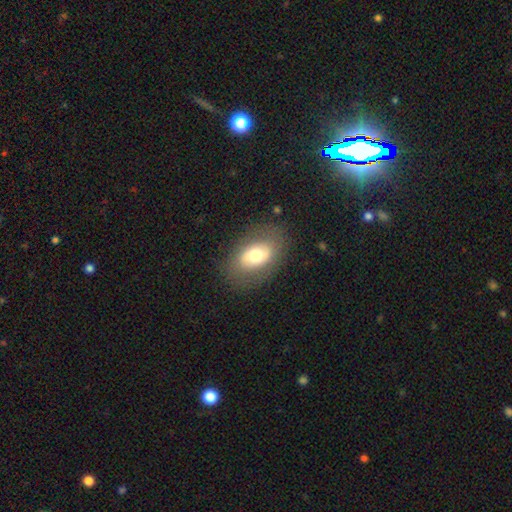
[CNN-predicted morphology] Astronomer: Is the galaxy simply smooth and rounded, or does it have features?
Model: smooth — 59%.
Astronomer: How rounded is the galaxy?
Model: in between — 86%.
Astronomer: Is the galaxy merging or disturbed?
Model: none — 78%.